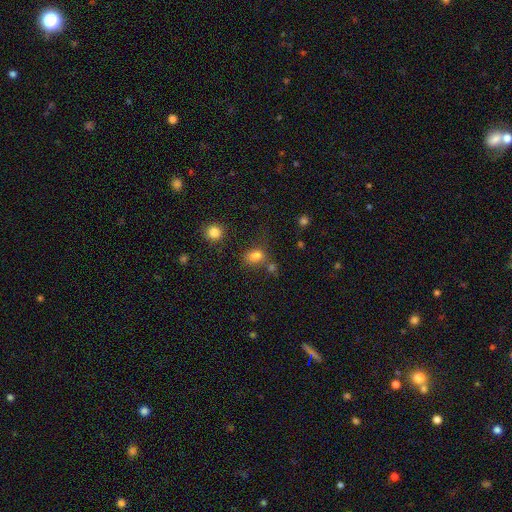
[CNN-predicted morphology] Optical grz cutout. It shows a smooth galaxy with no disk features (78%) that is in between round and cigar-shaped (70%). Merging: none (54%).